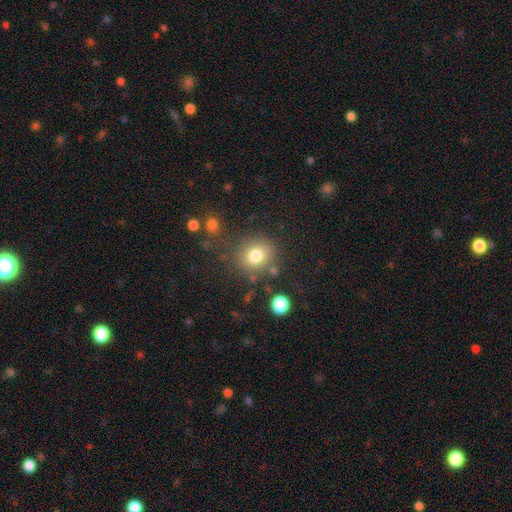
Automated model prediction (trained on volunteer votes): This appears to be a smooth galaxy with no disk features (79%) that is round (81%). Merging: none (78%).